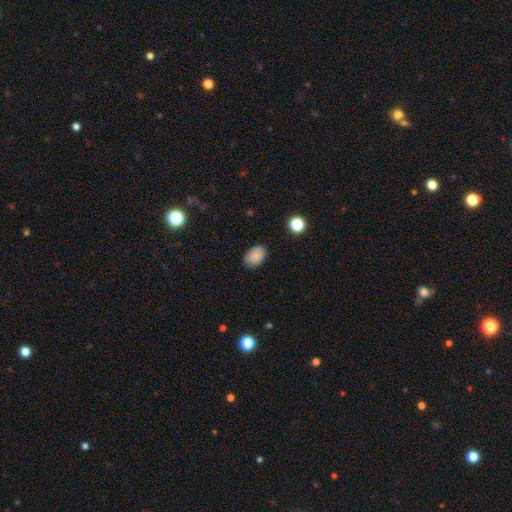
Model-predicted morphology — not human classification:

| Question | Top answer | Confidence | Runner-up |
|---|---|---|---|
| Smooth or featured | smooth | 87% | star or artifact (10%) |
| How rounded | in between | 80% | round (19%) |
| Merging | none | 84% | minor disturbance (12%) |